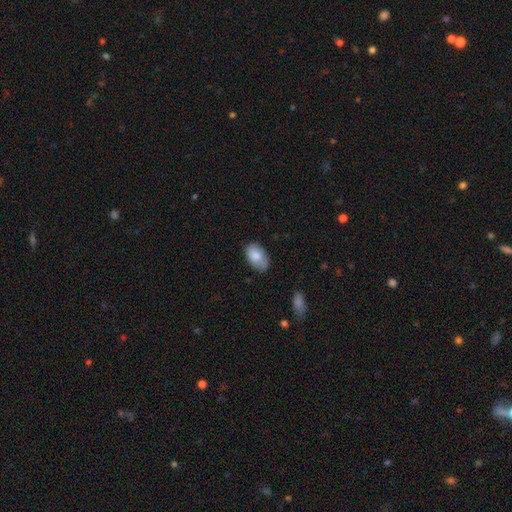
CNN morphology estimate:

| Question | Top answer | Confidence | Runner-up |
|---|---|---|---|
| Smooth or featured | smooth | 82% | featured or disk (12%) |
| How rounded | in between | 92% | round (7%) |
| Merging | none | 73% | minor disturbance (21%) |